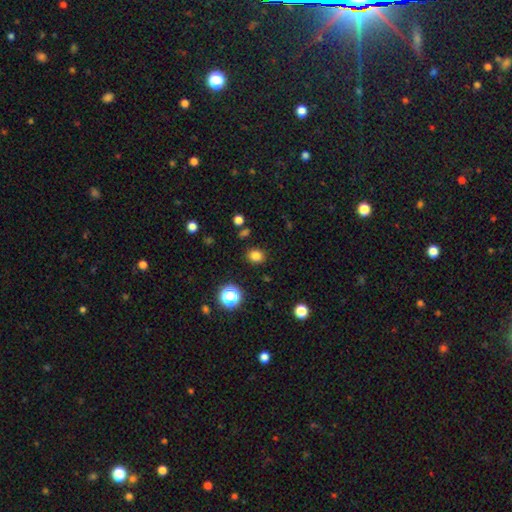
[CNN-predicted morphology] type=smooth (81%); roundness=round (69%); merging=none (87%).